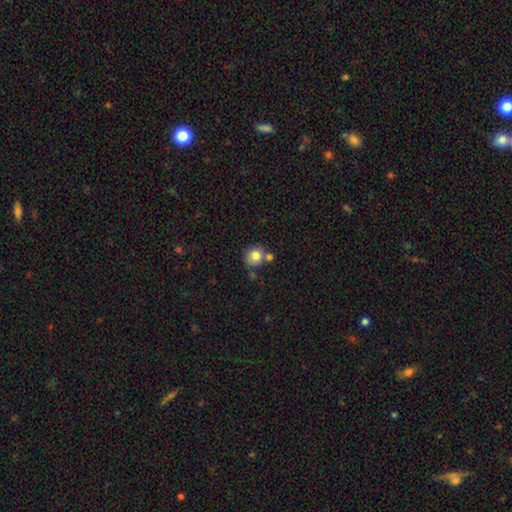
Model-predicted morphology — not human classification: type=smooth (79%); roundness=round (83%); merging=none (61%).